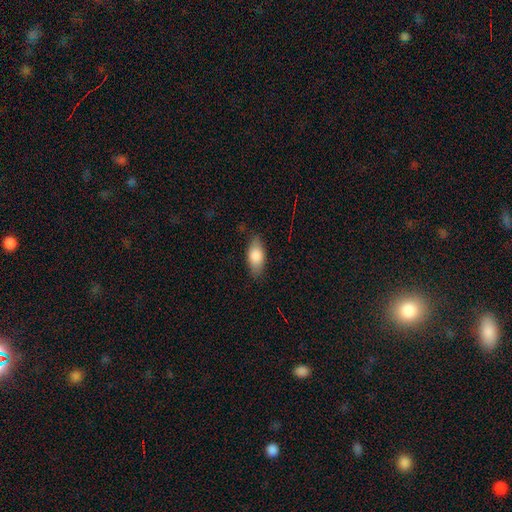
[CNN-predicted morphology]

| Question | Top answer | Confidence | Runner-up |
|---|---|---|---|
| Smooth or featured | smooth | 80% | featured or disk (13%) |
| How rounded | in between | 87% | cigar-shaped (9%) |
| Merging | none | 79% | minor disturbance (16%) |